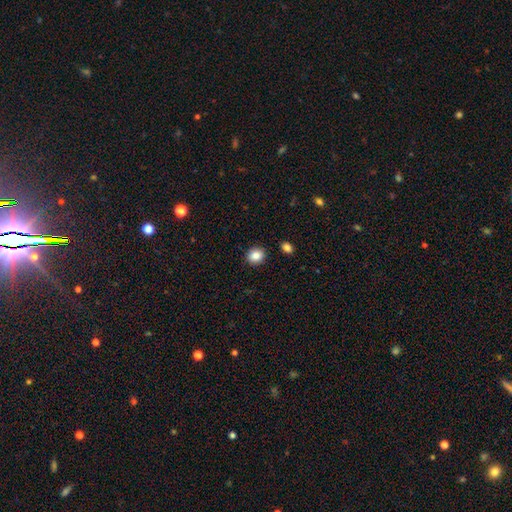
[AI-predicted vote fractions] This is clearly a smooth galaxy (86%). How rounded: likely round (70%). Merging: clearly none (90%).